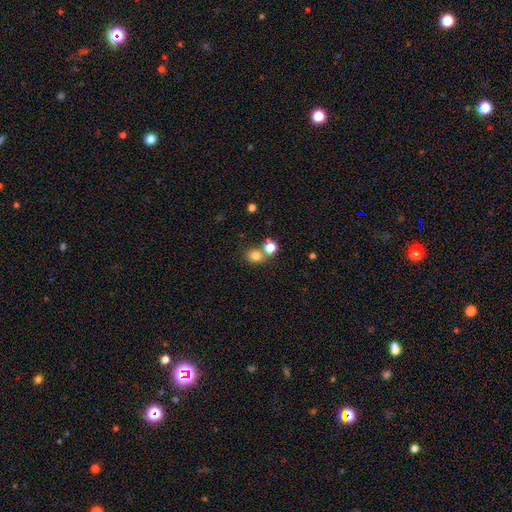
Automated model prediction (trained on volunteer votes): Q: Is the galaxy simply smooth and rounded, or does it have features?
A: smooth — 78%.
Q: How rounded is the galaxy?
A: round — 78%.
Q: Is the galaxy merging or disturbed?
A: none — 61%.